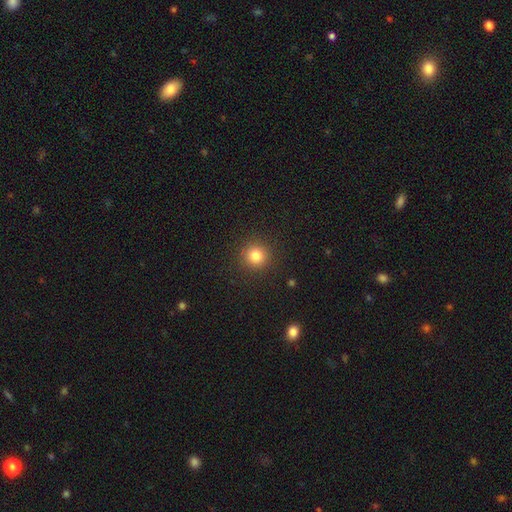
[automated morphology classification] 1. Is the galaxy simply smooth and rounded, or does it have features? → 82% smooth, 13% star or artifact, 6% featured or disk.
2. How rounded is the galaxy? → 94% round, 5% in between, 1% cigar-shaped.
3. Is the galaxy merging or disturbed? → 91% none, 6% minor disturbance, 2% major disturbance, 1% merger.